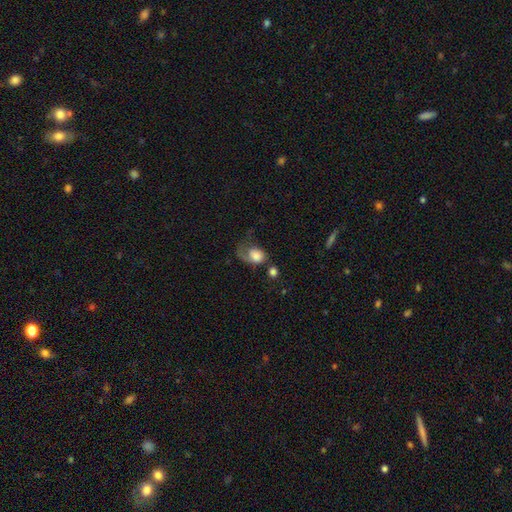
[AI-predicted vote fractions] Smooth or featured: smooth — 63% (featured or disk — 29%)
How rounded: in between — 56% (round — 43%)
Merging: major disturbance — 50% (none — 22%)